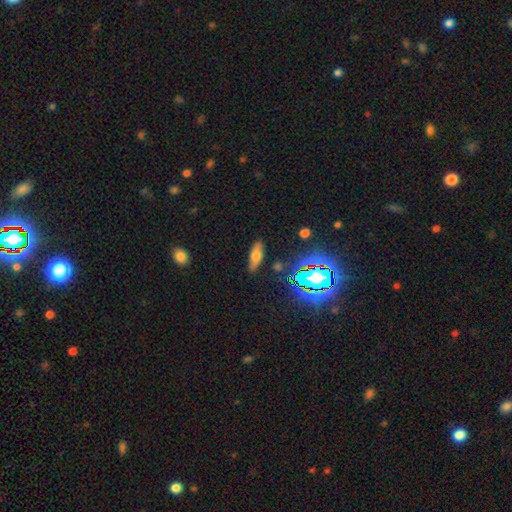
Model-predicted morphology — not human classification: The model was most divided on "smooth or featured": smooth: 57%, featured or disk: 27%, star or artifact: 16%. More confident: merging — none (81%); how rounded — in between (64%).